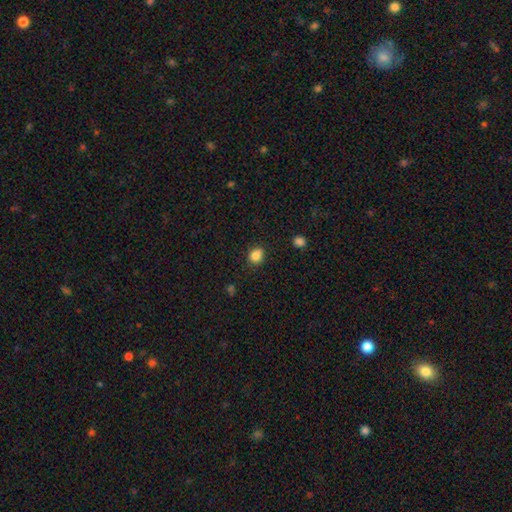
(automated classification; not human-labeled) Morphology: type=smooth (83%); roundness=round (70%); merging=none (77%).